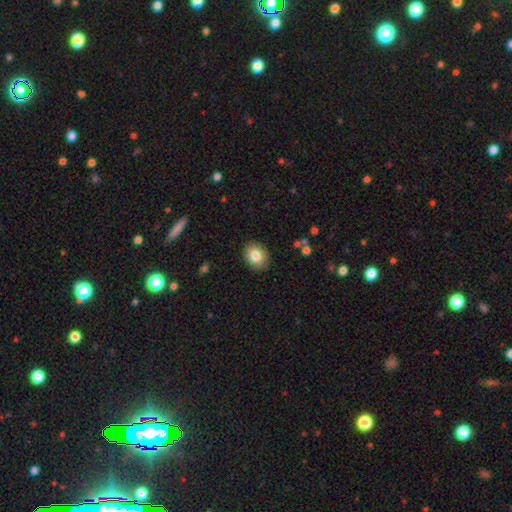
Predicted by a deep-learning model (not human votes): A smooth galaxy with no disk features (82%) that is round (51%).

Vote fractions:
- Smooth or featured? smooth: 82% / featured or disk: 10% / star or artifact: 8%
- How rounded? round: 51% / in between: 49% / cigar-shaped: 1%
- Merging? none: 89% / minor disturbance: 8% / major disturbance: 2% / merger: 1%